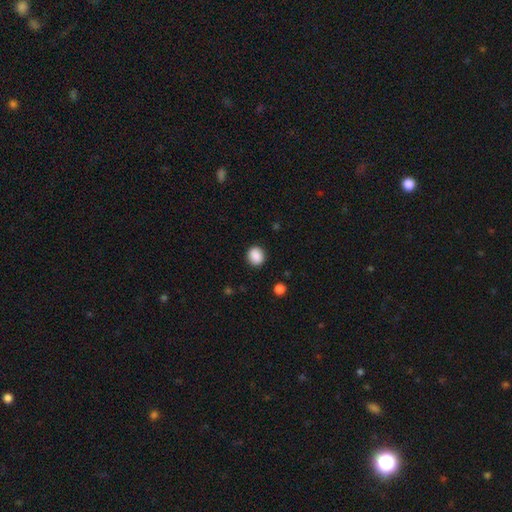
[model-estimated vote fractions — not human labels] A smooth galaxy with no disk features (89%) that is round (70%).

Vote fractions:
- Smooth or featured? smooth: 89% / star or artifact: 8% / featured or disk: 3%
- How rounded? round: 70% / in between: 29% / cigar-shaped: 1%
- Merging? none: 89% / minor disturbance: 7% / major disturbance: 2% / merger: 1%